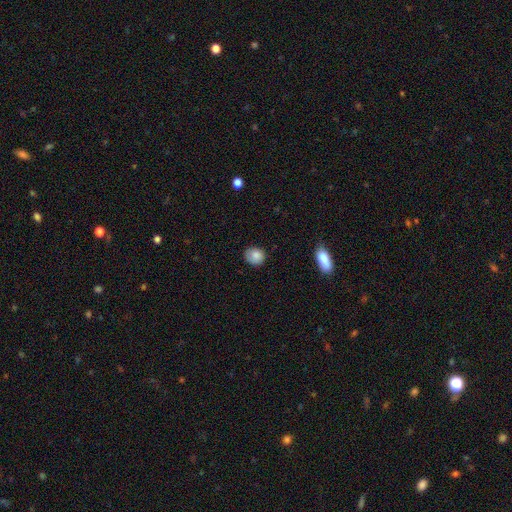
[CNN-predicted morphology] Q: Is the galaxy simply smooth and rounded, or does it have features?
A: smooth — 86%.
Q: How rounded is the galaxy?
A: round — 73%.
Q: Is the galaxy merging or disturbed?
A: none — 76%.